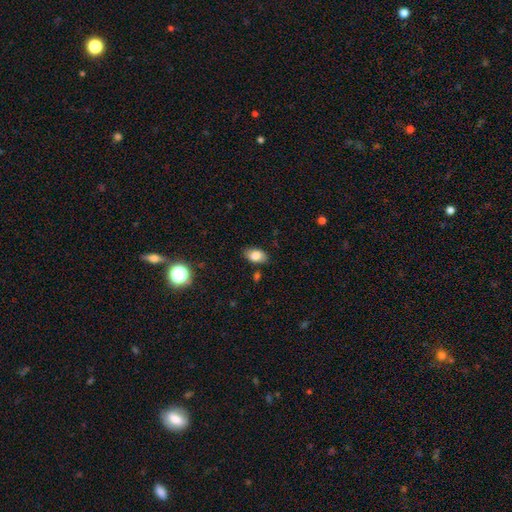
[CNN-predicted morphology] smooth 80%, featured or disk 11%, star or artifact 9%. Down the decision tree: how rounded — in between (90%); merging — none (83%).